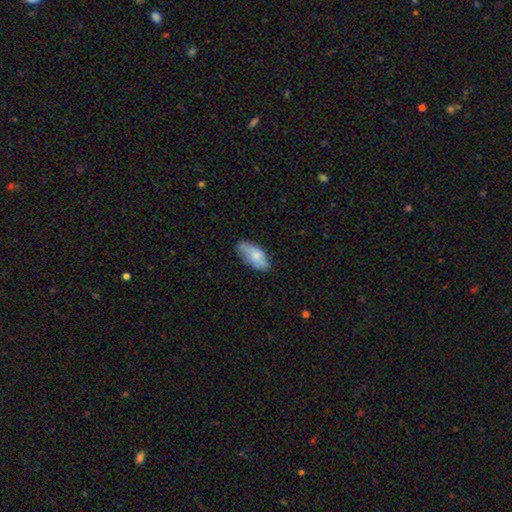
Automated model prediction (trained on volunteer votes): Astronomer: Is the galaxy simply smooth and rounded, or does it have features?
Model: smooth — 75%.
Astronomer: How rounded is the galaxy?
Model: in between — 89%.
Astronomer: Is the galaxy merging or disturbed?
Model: none — 67%.